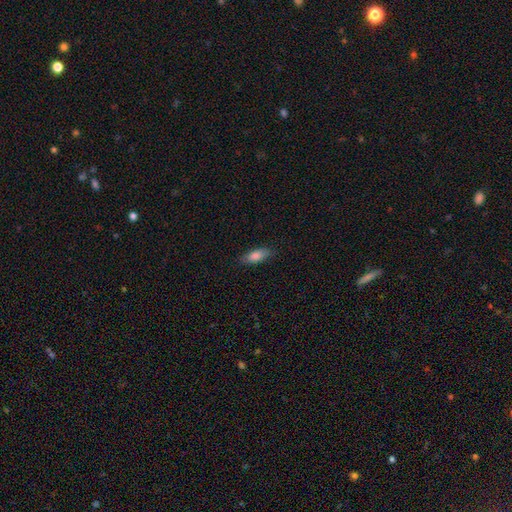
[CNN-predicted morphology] Smooth or featured? smooth (82%)
How rounded? in between (72%)
Merging? none (84%)